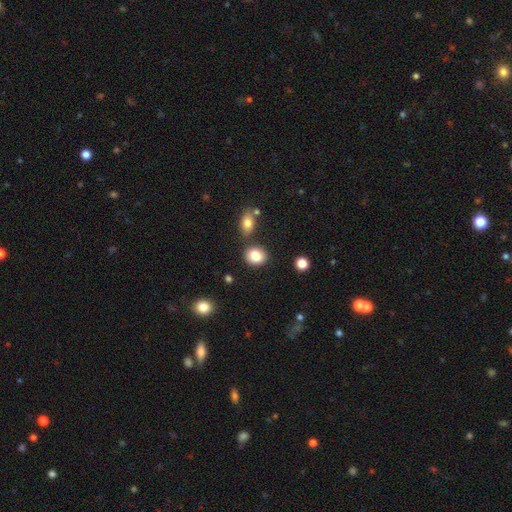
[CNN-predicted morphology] Smooth or featured: smooth — 86% (star or artifact — 9%)
How rounded: round — 54% (in between — 44%)
Merging: none — 74% (minor disturbance — 12%)